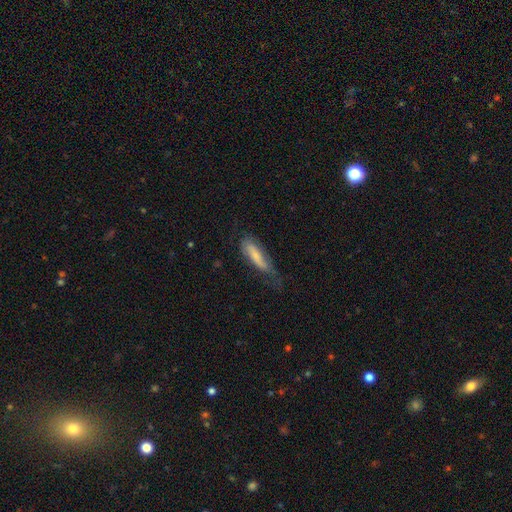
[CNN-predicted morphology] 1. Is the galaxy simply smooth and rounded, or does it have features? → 65% smooth, 28% featured or disk, 7% star or artifact.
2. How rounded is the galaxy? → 59% cigar-shaped, 39% in between, 2% round.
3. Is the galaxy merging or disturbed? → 43% none, 34% minor disturbance, 20% major disturbance, 2% merger.